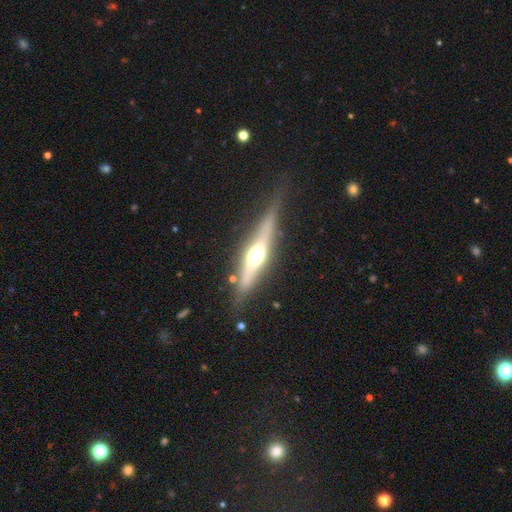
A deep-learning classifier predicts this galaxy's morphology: A featured or disk galaxy (66%) viewed edge-on (93%) with a rounded central bulge (93%). Merging: none (81%).